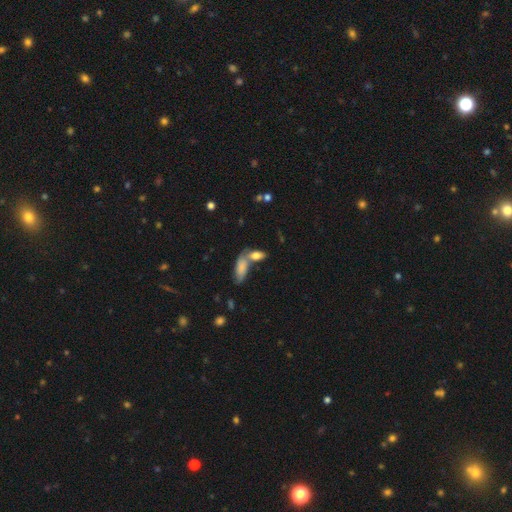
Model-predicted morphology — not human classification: This appears to be a smooth galaxy with no disk features (73%) that is in between round and cigar-shaped (80%). Merging: none (43%).